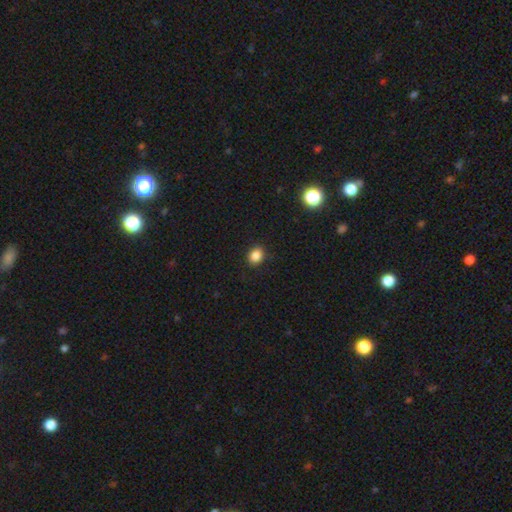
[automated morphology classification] Overall: smooth (86%). How rounded: round (60%; in between 39%). Merging: none (89%).